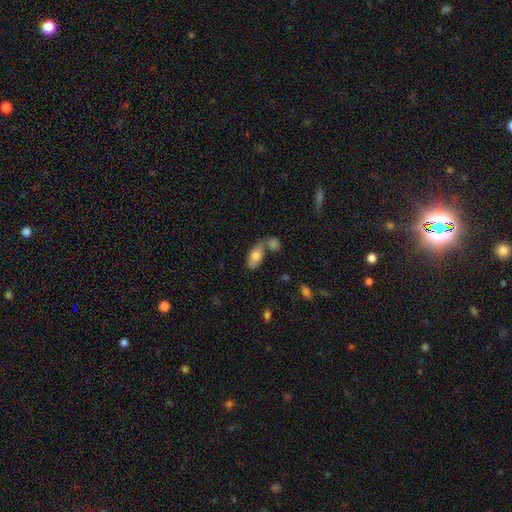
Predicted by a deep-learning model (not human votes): Smooth or featured? smooth (76%)
How rounded? in between (90%)
Merging? none (42%)